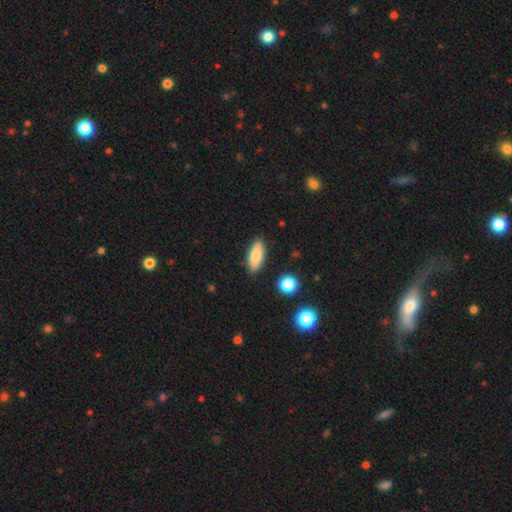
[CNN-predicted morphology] Q: Smooth or featured?
A: smooth (82%); runner-up: featured or disk (11%)
Q: How rounded?
A: in between (73%); runner-up: cigar-shaped (24%)
Q: Merging?
A: none (87%); runner-up: minor disturbance (9%)